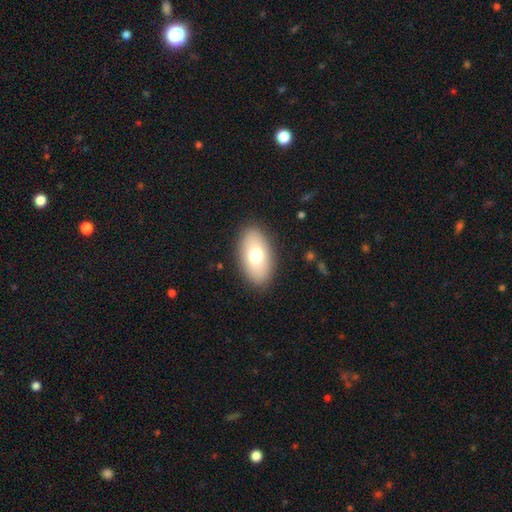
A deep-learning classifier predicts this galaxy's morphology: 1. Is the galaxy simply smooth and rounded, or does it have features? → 73% smooth, 20% featured or disk, 8% star or artifact.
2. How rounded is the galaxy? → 93% in between, 5% round, 2% cigar-shaped.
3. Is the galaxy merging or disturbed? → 88% none, 8% minor disturbance, 3% major disturbance, 1% merger.